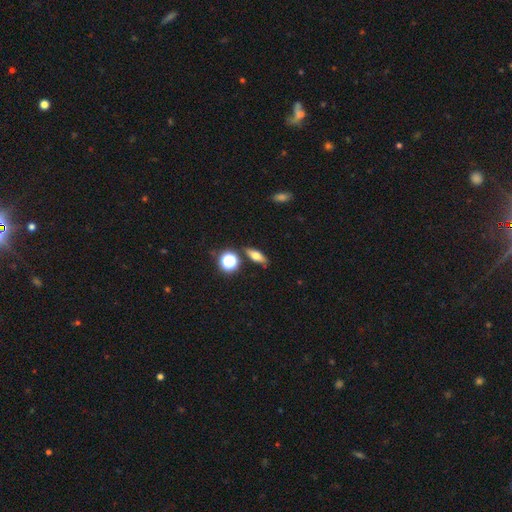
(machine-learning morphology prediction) This is possibly a smooth galaxy (58%). How rounded: possibly in between (58%). Merging: clearly none (82%).